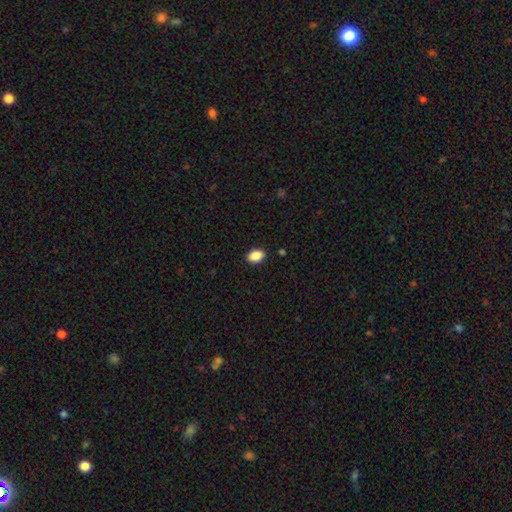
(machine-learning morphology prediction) Smooth or featured: smooth — 89% (star or artifact — 8%)
How rounded: in between — 84% (round — 15%)
Merging: none — 90% (minor disturbance — 8%)